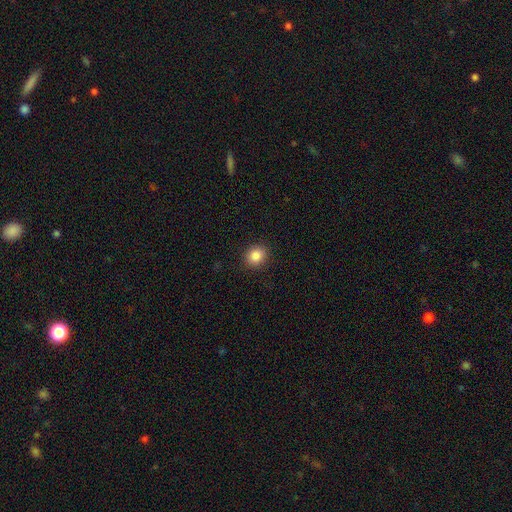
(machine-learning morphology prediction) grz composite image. It shows a smooth galaxy with no disk features (86%) that is round (74%). Merging: none (90%).